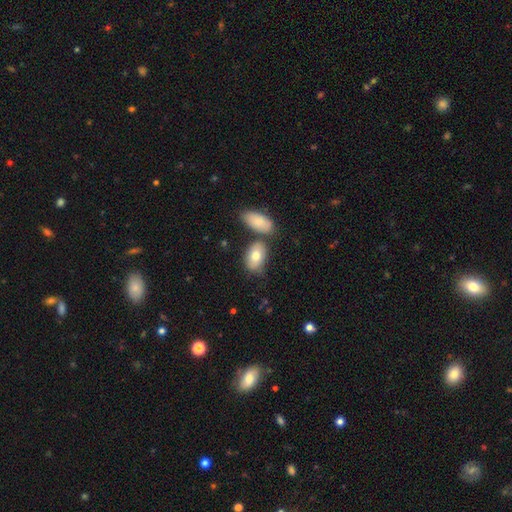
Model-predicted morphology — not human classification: smooth 75%, featured or disk 19%, star or artifact 6%. Down the decision tree: how rounded — in between (90%); merging — none (57%).